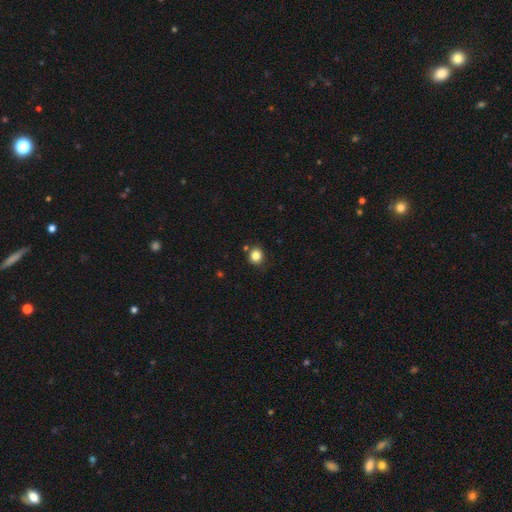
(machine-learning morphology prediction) A smooth galaxy with no disk features (84%) that is round (80%). Merging: none (83%).